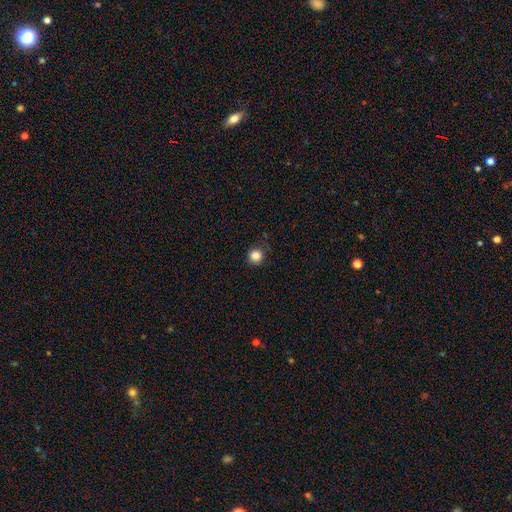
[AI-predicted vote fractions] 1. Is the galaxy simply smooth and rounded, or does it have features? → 84% smooth, 12% star or artifact, 5% featured or disk.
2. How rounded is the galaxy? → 90% round, 9% in between, 1% cigar-shaped.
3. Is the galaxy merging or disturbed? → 85% none, 11% minor disturbance, 3% major disturbance, 1% merger.